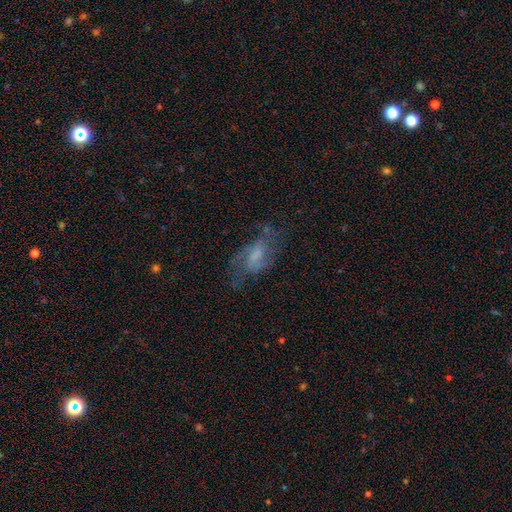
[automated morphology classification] Smooth or featured? featured or disk (64%)
Edge-on disk? no (94%)
Bar? weak (48%)
Spiral arms? yes (80%)
Bulge size? none (33%)
Merging? none (52%)